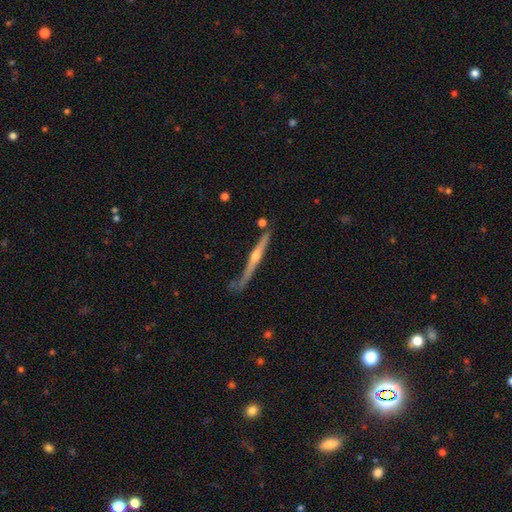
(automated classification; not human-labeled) Smooth or featured? featured or disk (78%)
Edge-on disk? yes (97%)
Edge-on bulge? rounded (87%)
Merging? none (68%)